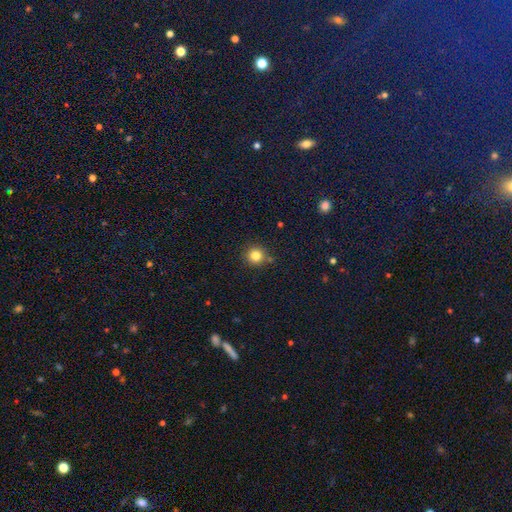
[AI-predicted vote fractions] This appears to be a smooth galaxy with no disk features (82%) that is round (93%). Merging: none (84%).